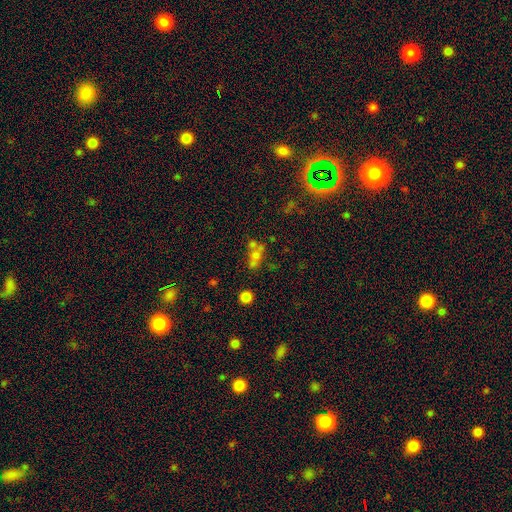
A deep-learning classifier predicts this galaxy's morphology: smooth 54%, featured or disk 26%, star or artifact 20%. Down the decision tree: how rounded — in between (55%); merging — merger (41%).